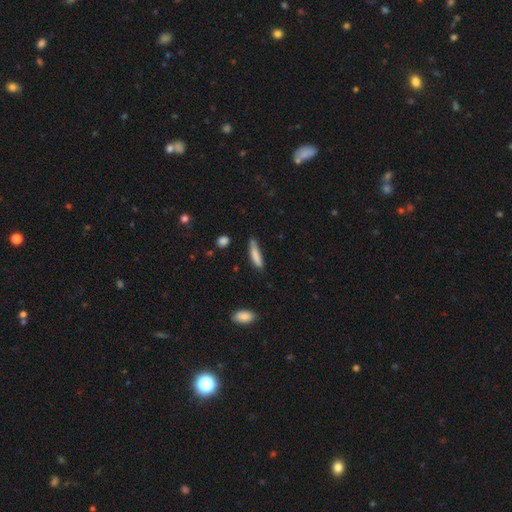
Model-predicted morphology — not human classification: This is clearly a smooth galaxy (82%). How rounded: clearly cigar-shaped (80%). Merging: likely none (67%).